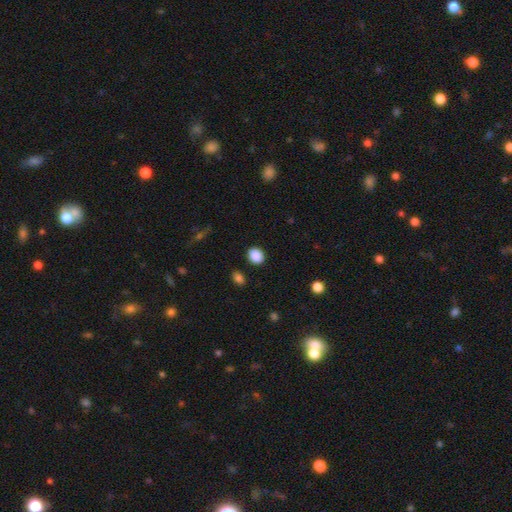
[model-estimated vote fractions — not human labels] Smooth or featured?
  - smooth: 89% *
  - star or artifact: 9%
  - featured or disk: 3%
How rounded?
  - round: 64% *
  - in between: 35%
  - cigar-shaped: 1%
Merging?
  - none: 89% *
  - minor disturbance: 7%
  - major disturbance: 2%
  - merger: 2%